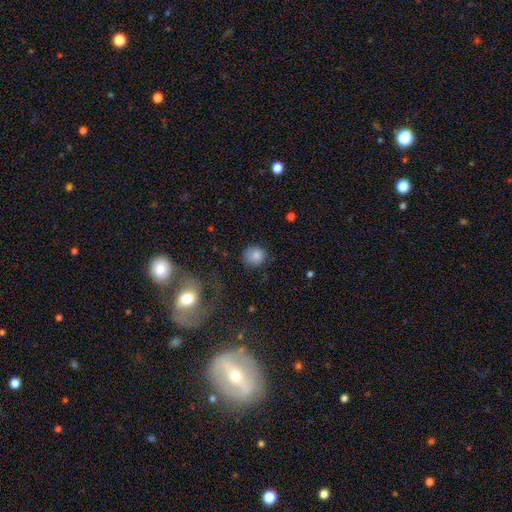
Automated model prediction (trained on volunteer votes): Smooth or featured: smooth — 83% (star or artifact — 10%)
How rounded: round — 86% (in between — 13%)
Merging: none — 79% (minor disturbance — 15%)